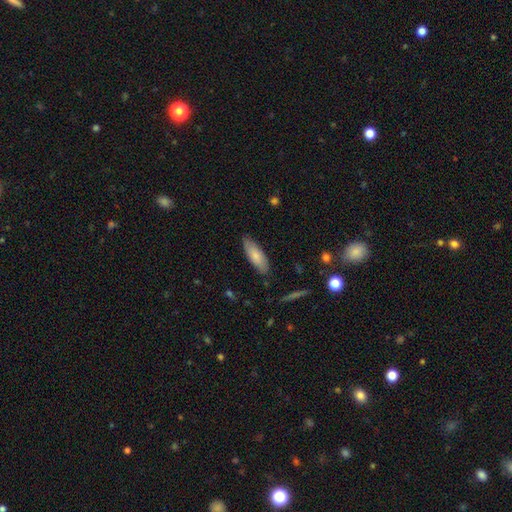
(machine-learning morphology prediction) Smooth or featured?
  - smooth: 78% *
  - featured or disk: 16%
  - star or artifact: 6%
How rounded?
  - in between: 64% *
  - cigar-shaped: 35%
  - round: 2%
Merging?
  - none: 83% *
  - minor disturbance: 14%
  - major disturbance: 2%
  - merger: 1%